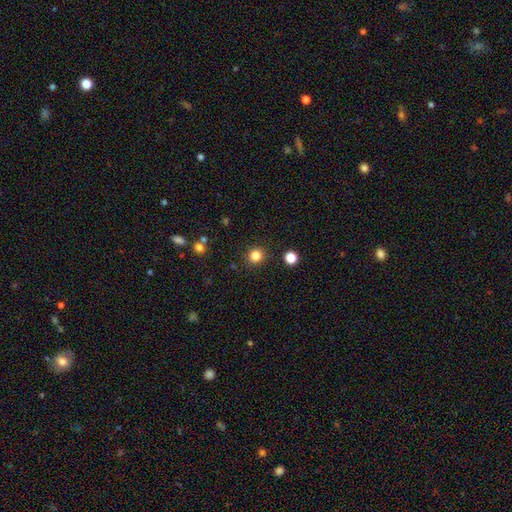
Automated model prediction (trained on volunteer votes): Smooth or featured? smooth (83%)
How rounded? round (93%)
Merging? none (90%)